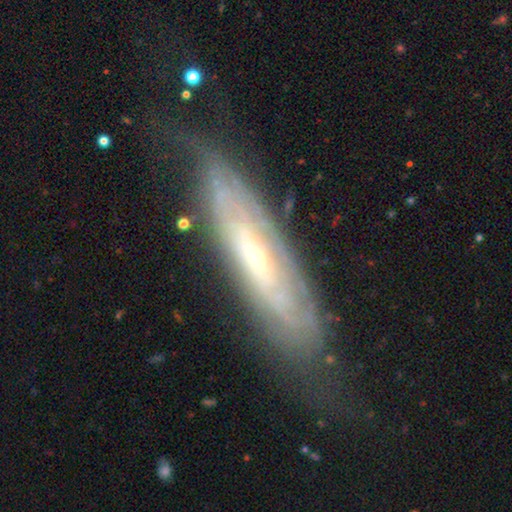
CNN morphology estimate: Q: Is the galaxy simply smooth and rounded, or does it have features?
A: featured or disk — 78%.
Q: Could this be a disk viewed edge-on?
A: no — 64%.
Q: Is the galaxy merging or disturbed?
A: none — 65%.